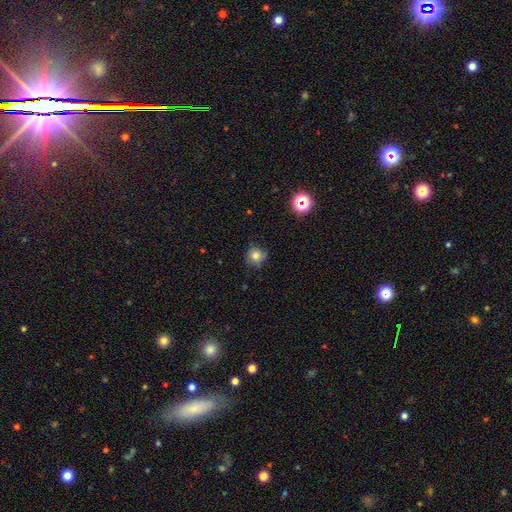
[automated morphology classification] smooth_or_featured: smooth (p=0.79) [alt: star or artifact p=0.13]
how_rounded: round (p=0.90) [alt: in between p=0.09]
merging: none (p=0.76) [alt: minor disturbance p=0.18]